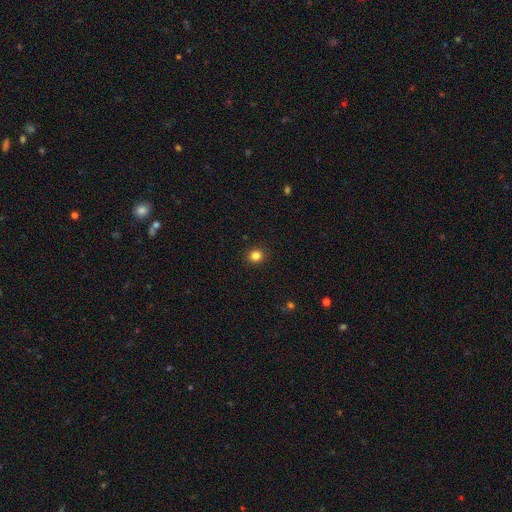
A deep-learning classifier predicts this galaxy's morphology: Overall: smooth (84%). How rounded: round (87%). Merging: none (92%).